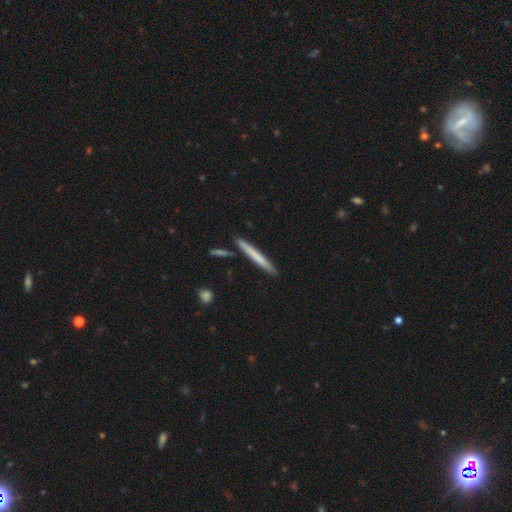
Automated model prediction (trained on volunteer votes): The model was most divided on "smooth or featured": smooth: 64%, featured or disk: 31%, star or artifact: 5%. More confident: how rounded — cigar-shaped (97%); merging — none (86%).